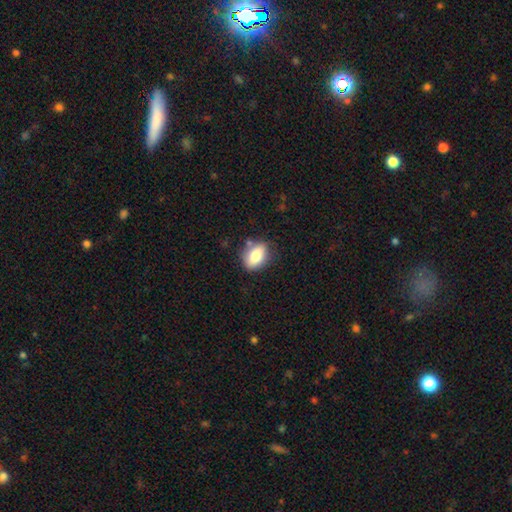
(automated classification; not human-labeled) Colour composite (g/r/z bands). It shows a smooth galaxy with no disk features (78%) that is in between round and cigar-shaped (78%). Merging: none (71%).